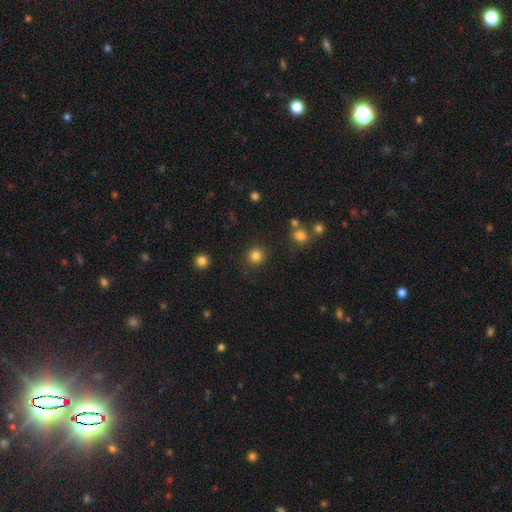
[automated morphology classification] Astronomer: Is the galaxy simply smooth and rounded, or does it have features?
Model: smooth — 83%.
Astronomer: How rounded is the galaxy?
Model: round — 94%.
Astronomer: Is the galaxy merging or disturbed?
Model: none — 89%.